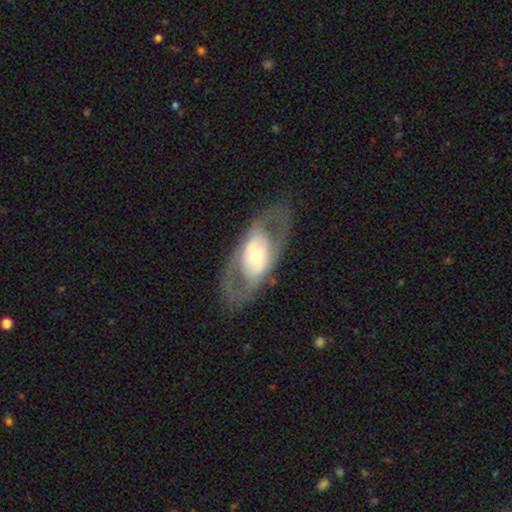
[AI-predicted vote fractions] Morphology: type=featured or disk (67%); edge-on=no (87%); bar=no (69%); spiral arms=no (70%); bulge=moderate (64%); merging=none (76%).